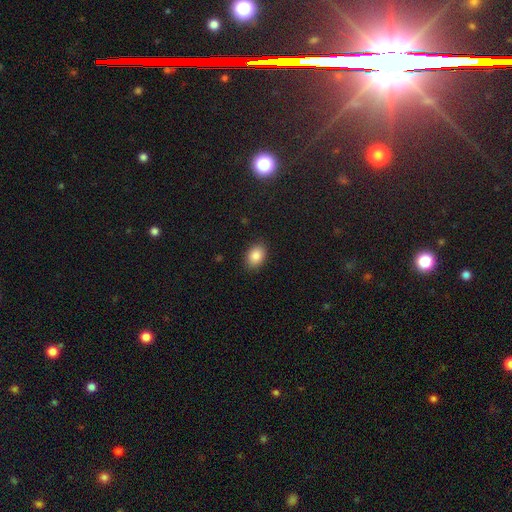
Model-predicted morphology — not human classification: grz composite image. It shows a smooth galaxy with no disk features (86%) that is in between round and cigar-shaped (74%). Merging: none (88%).